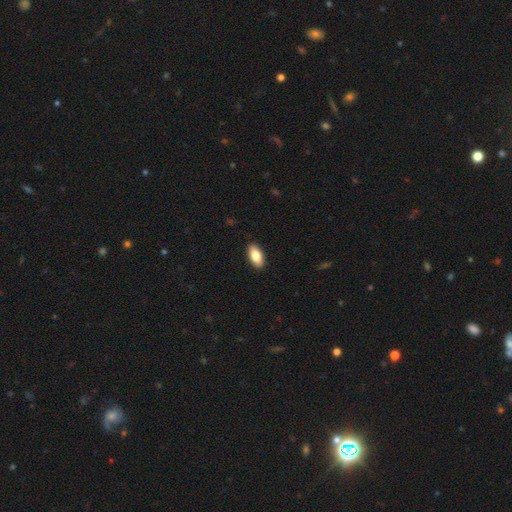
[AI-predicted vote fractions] Smooth or featured? smooth (82%)
How rounded? in between (89%)
Merging? none (90%)